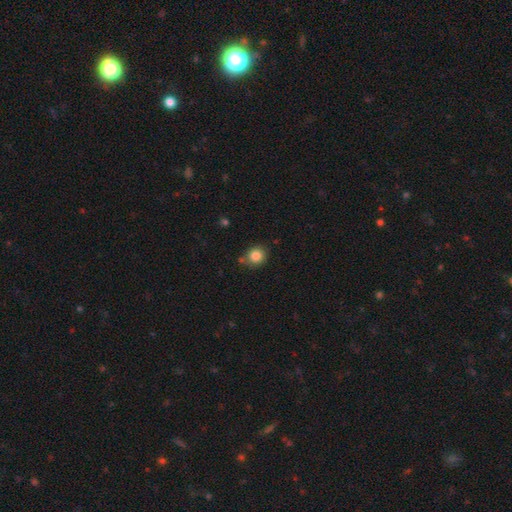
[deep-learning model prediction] Smooth or featured? smooth (85%)
How rounded? round (83%)
Merging? none (78%)